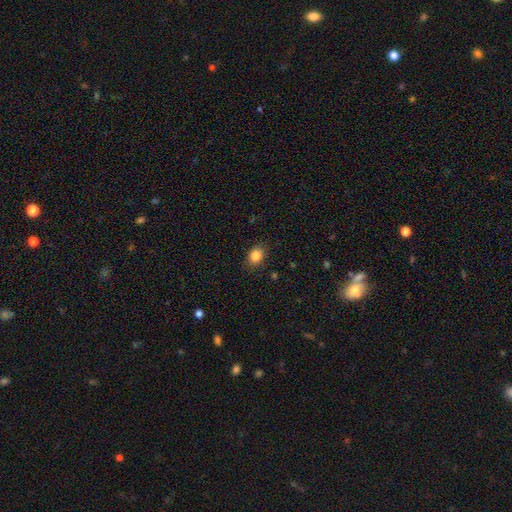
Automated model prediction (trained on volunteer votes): smooth_or_featured: smooth (p=0.85) [alt: star or artifact p=0.10]
how_rounded: in between (p=0.57) [alt: round p=0.42]
merging: none (p=0.86) [alt: minor disturbance p=0.10]